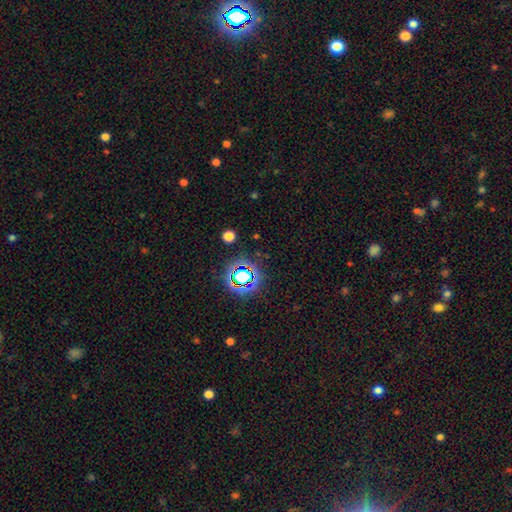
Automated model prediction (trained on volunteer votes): The model was most divided on "smooth or featured": star or artifact: 70%, smooth: 22%, featured or disk: 8%.